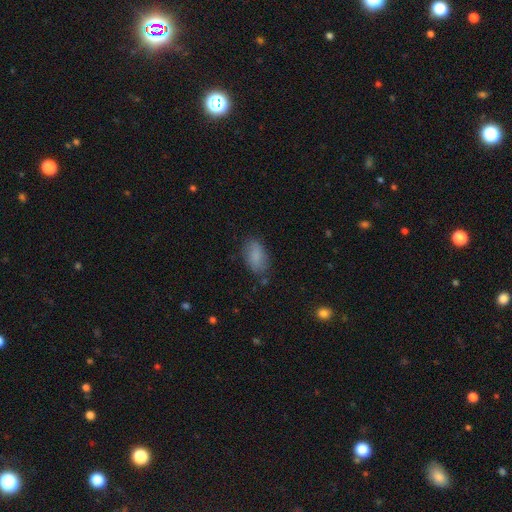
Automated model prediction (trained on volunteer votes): This is clearly a smooth galaxy (84%). How rounded: clearly in between (92%). Merging: likely none (77%).